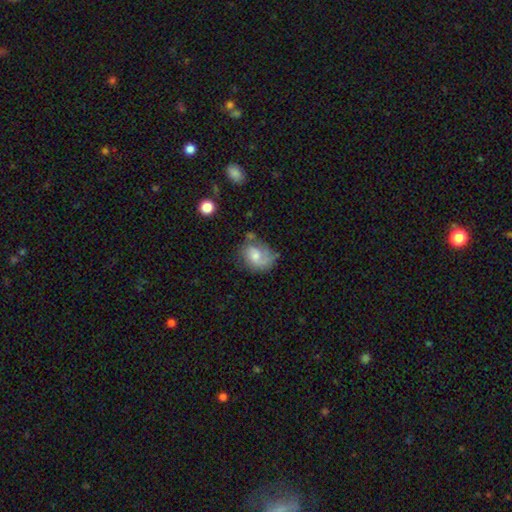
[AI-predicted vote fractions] smooth 50%, featured or disk 41%, star or artifact 9%. Down the decision tree: how rounded — in between (60%); merging — none (48%).